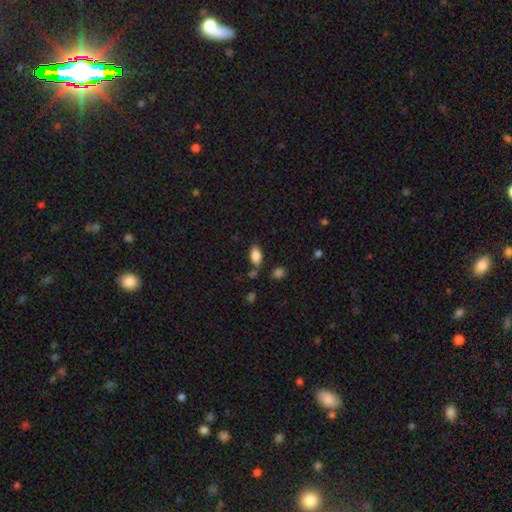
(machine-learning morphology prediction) A smooth galaxy with no disk features (86%) that is in between round and cigar-shaped (92%).

Vote fractions:
- Smooth or featured? smooth: 86% / star or artifact: 8% / featured or disk: 6%
- How rounded? in between: 92% / round: 5% / cigar-shaped: 3%
- Merging? none: 72% / minor disturbance: 15% / merger: 9% / major disturbance: 4%